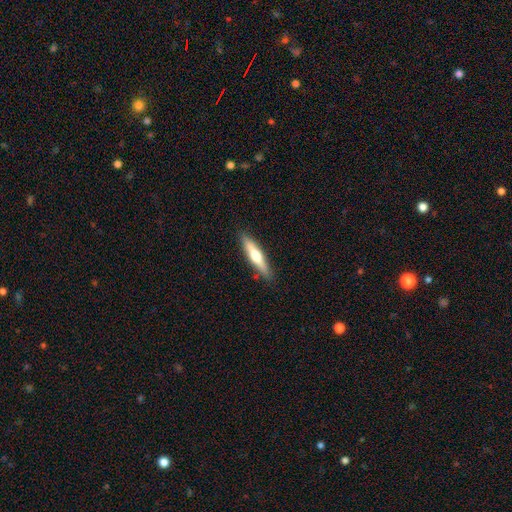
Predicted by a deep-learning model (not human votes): featured or disk 48%, smooth 47%, star or artifact 5%. Down the decision tree: merging — none (88%).